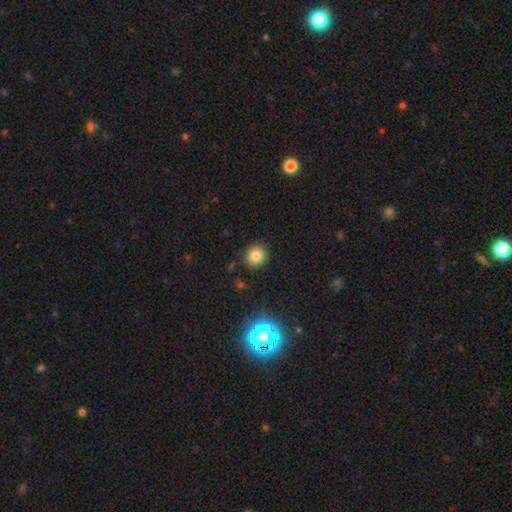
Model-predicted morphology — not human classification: The model was most divided on "smooth or featured": smooth: 81%, star or artifact: 13%, featured or disk: 6%. More confident: merging — none (89%); how rounded — round (87%).